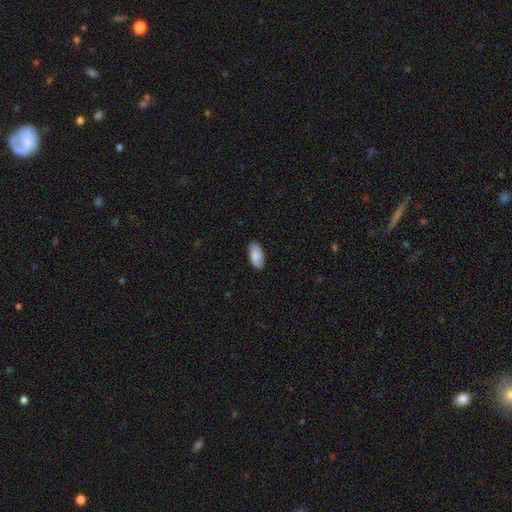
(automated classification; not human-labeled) Morphology: type=smooth (81%); roundness=in between (93%); merging=none (87%).